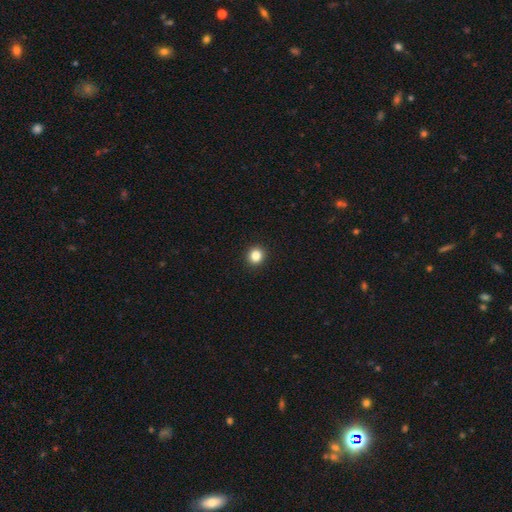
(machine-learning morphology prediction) Q: Smooth or featured?
A: smooth (84%); runner-up: star or artifact (11%)
Q: How rounded?
A: round (86%); runner-up: in between (13%)
Q: Merging?
A: none (93%); runner-up: minor disturbance (4%)